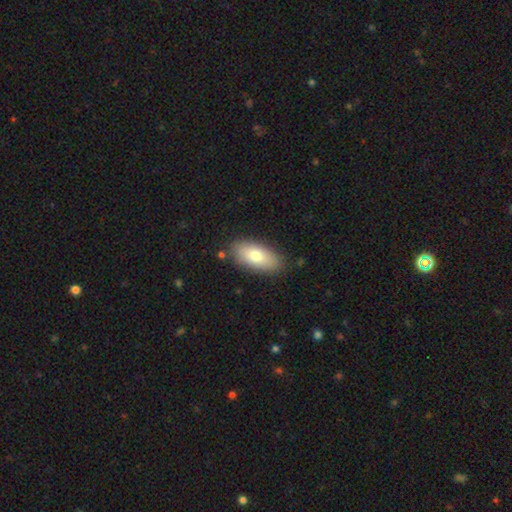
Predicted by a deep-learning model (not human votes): The model was most divided on "smooth or featured": smooth: 77%, featured or disk: 16%, star or artifact: 7%. More confident: how rounded — in between (89%); merging — none (85%).